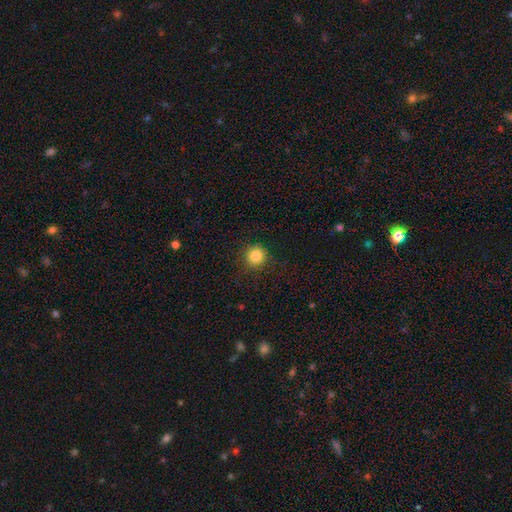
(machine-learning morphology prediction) Smooth or featured: smooth — 84% (star or artifact — 11%)
How rounded: round — 94% (in between — 5%)
Merging: none — 88% (minor disturbance — 8%)